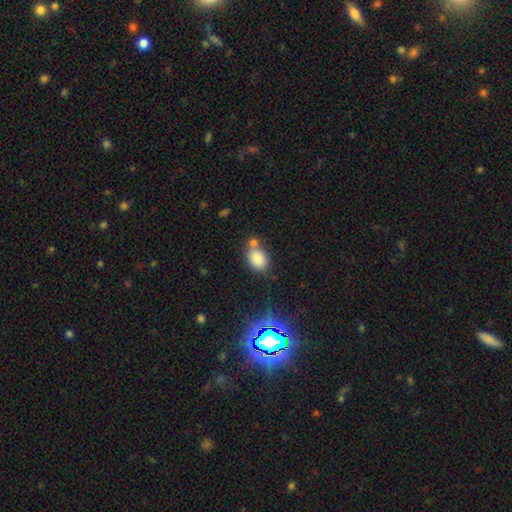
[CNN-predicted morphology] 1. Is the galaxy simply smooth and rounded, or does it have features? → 79% smooth, 14% star or artifact, 7% featured or disk.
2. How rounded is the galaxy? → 73% in between, 26% round, 1% cigar-shaped.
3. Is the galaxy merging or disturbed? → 54% none, 27% merger, 14% minor disturbance, 5% major disturbance.